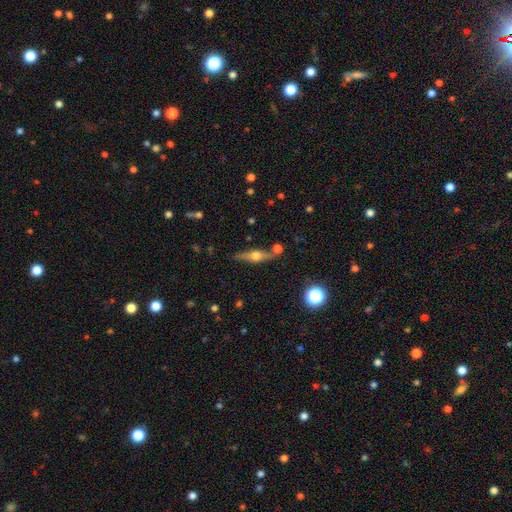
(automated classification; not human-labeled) smooth_or_featured: featured or disk (p=0.67) [alt: smooth p=0.26]
disk_edge_on: yes (p=0.94) [alt: no p=0.06]
edge_on_bulge: rounded (p=0.93) [alt: boxy p=0.05]
merging: none (p=0.78) [alt: minor disturbance p=0.11]